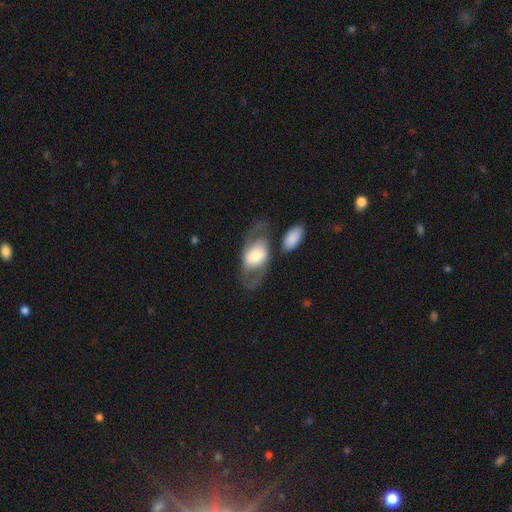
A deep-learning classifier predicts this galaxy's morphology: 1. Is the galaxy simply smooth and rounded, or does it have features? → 57% featured or disk, 37% smooth, 6% star or artifact.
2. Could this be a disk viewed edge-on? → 90% no, 10% yes.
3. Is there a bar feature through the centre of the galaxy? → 53% no, 30% weak, 17% strong.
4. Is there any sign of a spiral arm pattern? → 60% yes, 40% no.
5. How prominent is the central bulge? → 46% moderate, 35% large, 12% small, 6% dominant, 2% none.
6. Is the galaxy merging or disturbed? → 62% none, 16% minor disturbance, 15% major disturbance, 7% merger.